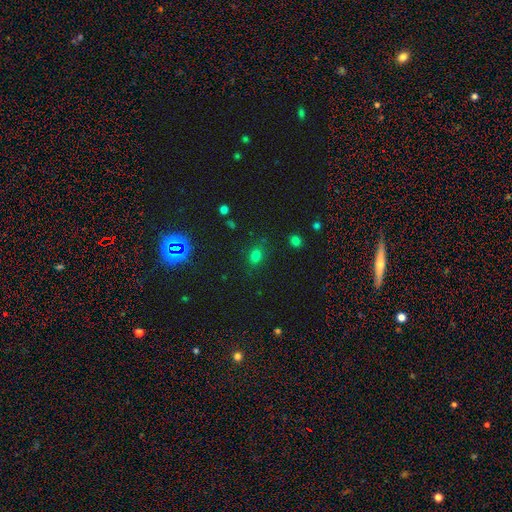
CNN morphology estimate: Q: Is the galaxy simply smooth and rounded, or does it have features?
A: smooth — 73%.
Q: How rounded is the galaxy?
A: in between — 55%.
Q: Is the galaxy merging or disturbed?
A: none — 81%.